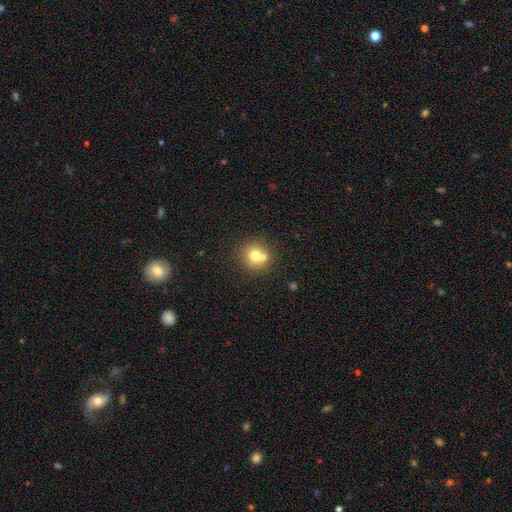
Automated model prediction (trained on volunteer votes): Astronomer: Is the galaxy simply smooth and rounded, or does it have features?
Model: smooth — 71%.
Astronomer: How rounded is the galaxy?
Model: round — 85%.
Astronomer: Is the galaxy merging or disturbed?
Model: none — 53% (runner-up: merger, 36%).